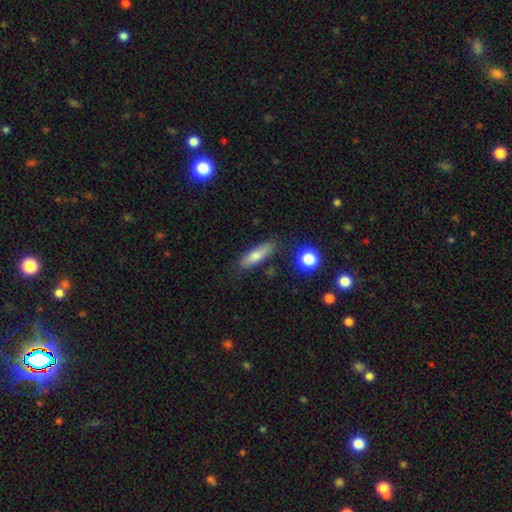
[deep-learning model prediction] smooth 69%, featured or disk 23%, star or artifact 8%. Down the decision tree: how rounded — cigar-shaped (64%); merging — none (80%).